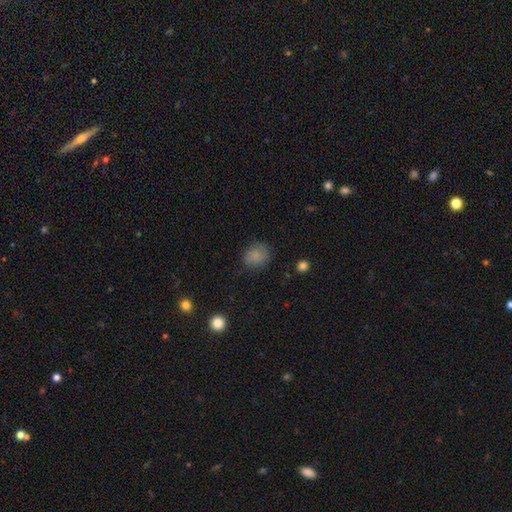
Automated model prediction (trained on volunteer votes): This is likely a smooth galaxy (74%). How rounded: likely round (69%). Merging: likely none (77%).